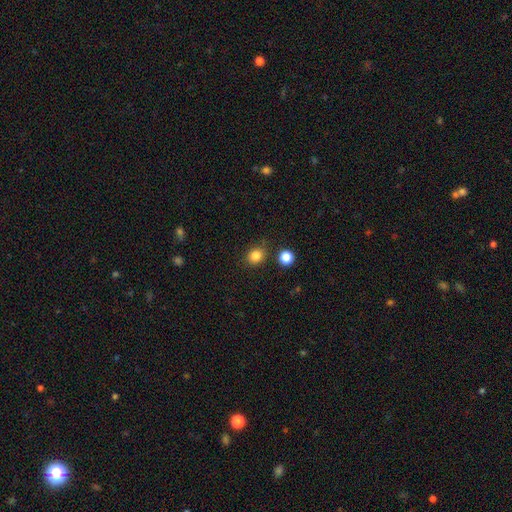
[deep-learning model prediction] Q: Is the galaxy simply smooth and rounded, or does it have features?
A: smooth — 83%.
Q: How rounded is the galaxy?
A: round — 71%.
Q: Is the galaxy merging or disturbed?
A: none — 80%.